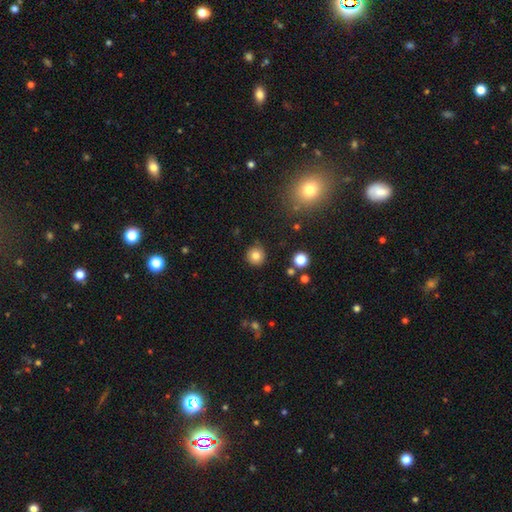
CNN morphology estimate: This appears to be a smooth galaxy with no disk features (81%) that is round (94%). Merging: none (89%).